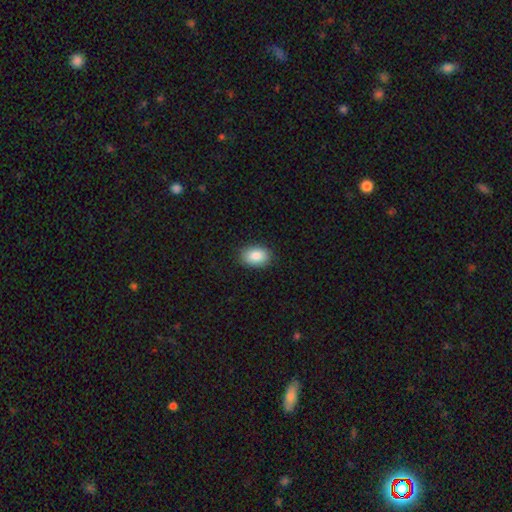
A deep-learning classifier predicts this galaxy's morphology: This appears to be a smooth galaxy with no disk features (88%) that is in between round and cigar-shaped (86%). Merging: none (88%).